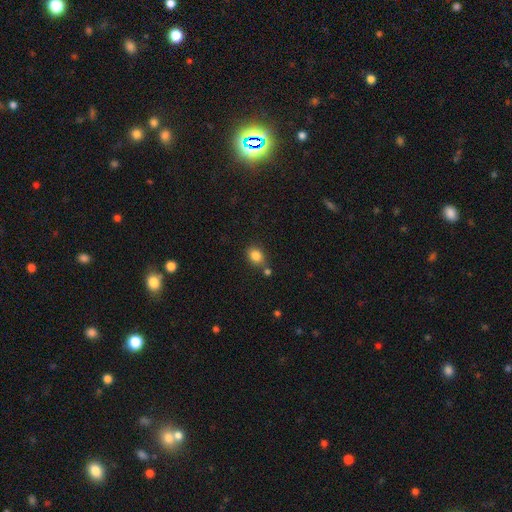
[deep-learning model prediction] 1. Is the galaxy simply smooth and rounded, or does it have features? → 84% smooth, 10% star or artifact, 6% featured or disk.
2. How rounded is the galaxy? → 50% in between, 49% round, 1% cigar-shaped.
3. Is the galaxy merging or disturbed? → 70% none, 13% minor disturbance, 13% merger, 4% major disturbance.